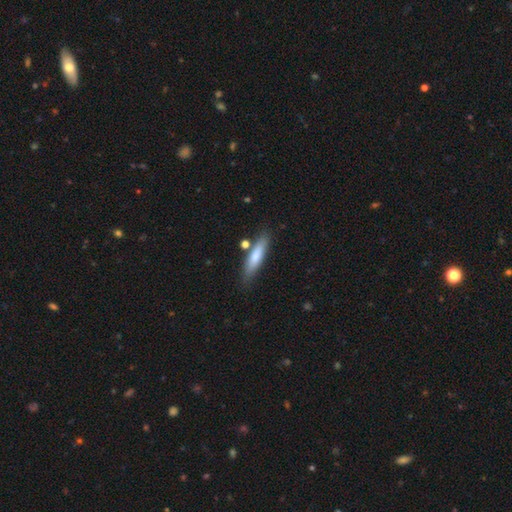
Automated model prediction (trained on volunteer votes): Smooth or featured? smooth (75%)
How rounded? cigar-shaped (75%)
Merging? none (77%)